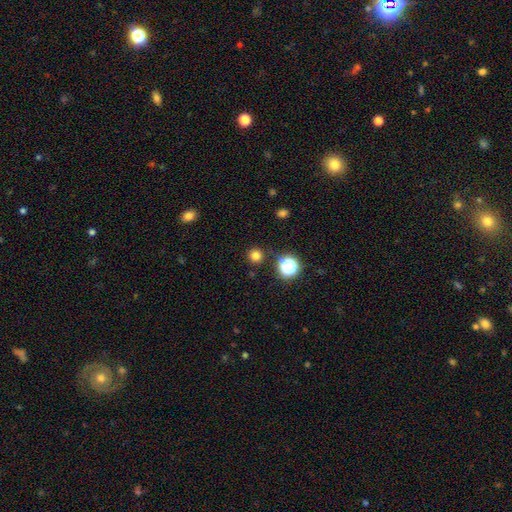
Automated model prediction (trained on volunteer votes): Smooth or featured? Predicted: smooth (p=0.77). How rounded? Predicted: round (p=0.94). Merging? Predicted: none (p=0.89).